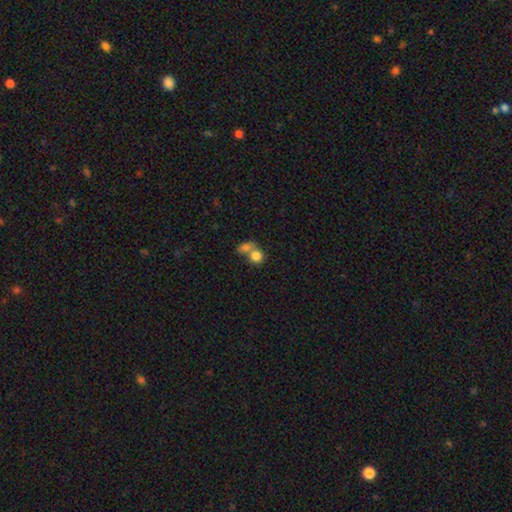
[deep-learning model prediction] Smooth or featured? Predicted: smooth (p=0.81). How rounded? Predicted: round (p=0.75). Merging? Predicted: merger (p=0.57).